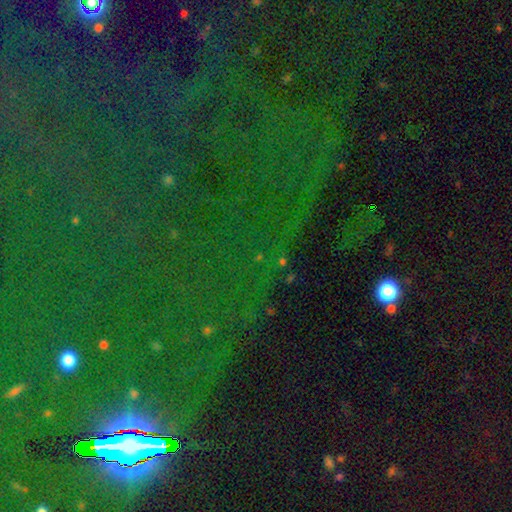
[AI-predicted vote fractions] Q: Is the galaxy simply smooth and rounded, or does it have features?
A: star or artifact — 80%.